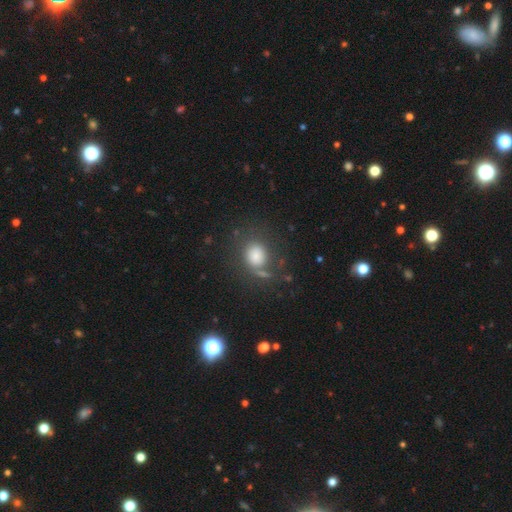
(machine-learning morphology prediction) Smooth or featured: smooth — 70% (featured or disk — 16%)
How rounded: round — 71% (in between — 27%)
Merging: none — 62% (minor disturbance — 18%)